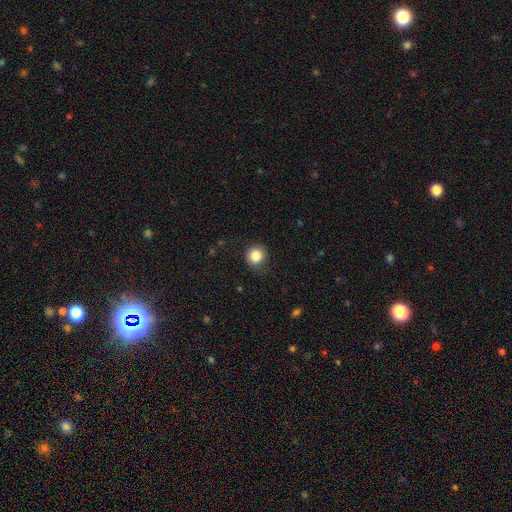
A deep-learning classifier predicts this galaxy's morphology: The model was most divided on "merging": none: 83%, minor disturbance: 13%, major disturbance: 3%, merger: 1%. More confident: how rounded — round (89%); smooth or featured — smooth (85%).